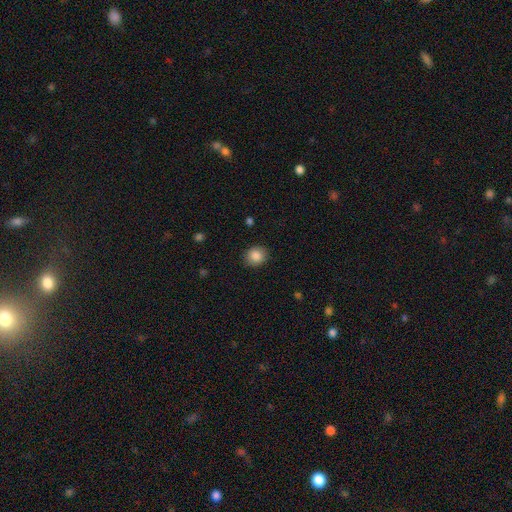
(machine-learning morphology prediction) Smooth or featured? Predicted: smooth (p=0.87). How rounded? Predicted: round (p=0.76). Merging? Predicted: none (p=0.88).